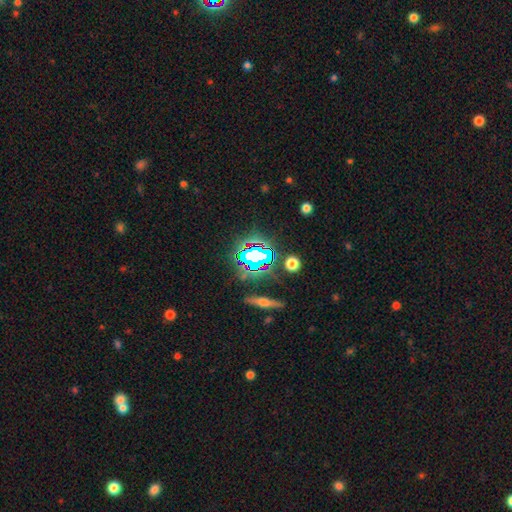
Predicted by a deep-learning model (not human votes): A star or artifact, not a galaxy (63%).

Vote fractions:
- Smooth or featured? star or artifact: 63% / smooth: 21% / featured or disk: 16%